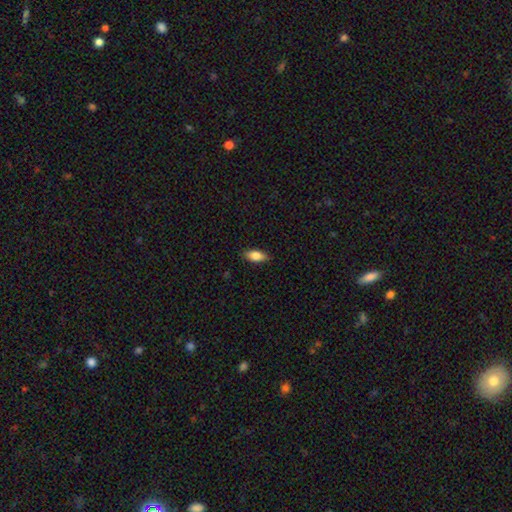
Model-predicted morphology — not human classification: This appears to be a smooth galaxy with no disk features (79%) that is in between round and cigar-shaped (83%). Merging: none (87%).